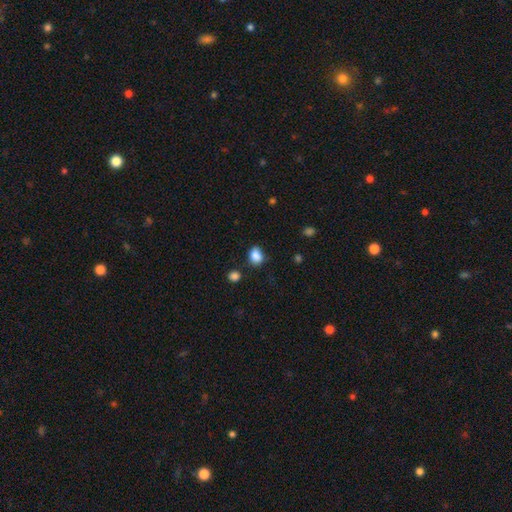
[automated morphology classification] Smooth or featured?
  - smooth: 86% *
  - star or artifact: 9%
  - featured or disk: 4%
How rounded?
  - in between: 65% *
  - round: 33%
  - cigar-shaped: 1%
Merging?
  - none: 68% *
  - minor disturbance: 21%
  - major disturbance: 5%
  - merger: 5%